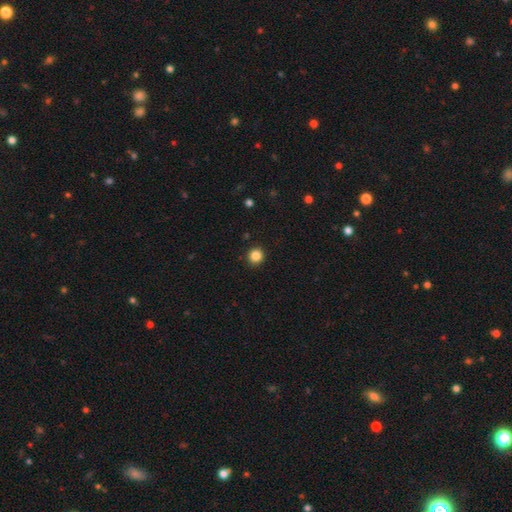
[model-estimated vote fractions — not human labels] Morphology: type=smooth (86%); roundness=round (92%); merging=none (92%).